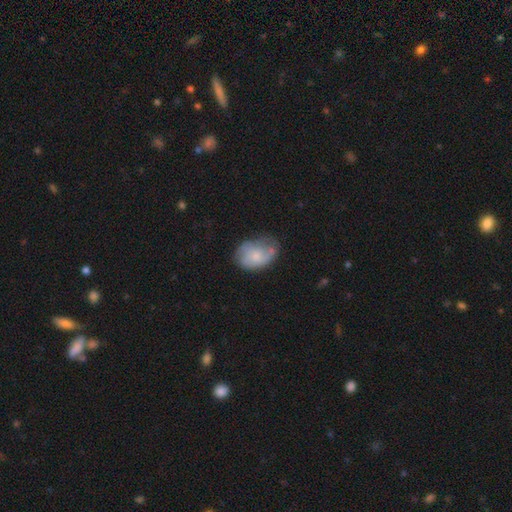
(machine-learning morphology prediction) Overall: smooth (60%; featured or disk 33%). How rounded: in between (77%). Merging: none (42%; minor disturbance 36%).